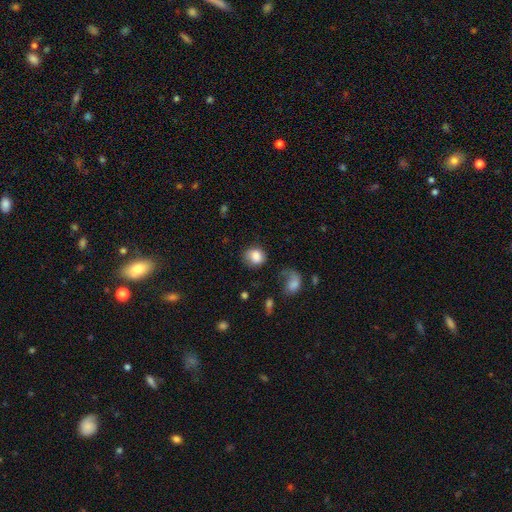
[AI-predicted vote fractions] Smooth or featured? smooth (80%)
How rounded? round (70%)
Merging? none (65%)